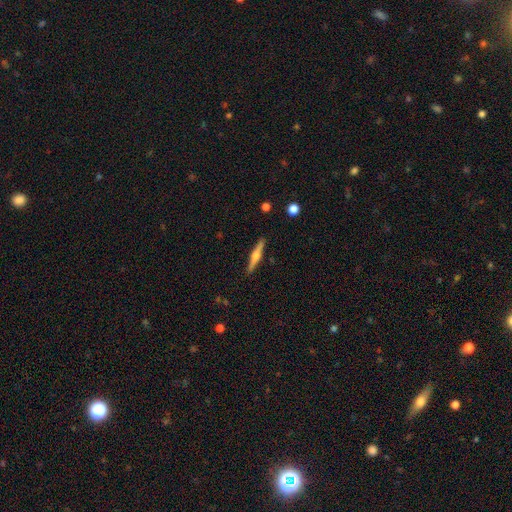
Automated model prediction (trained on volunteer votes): A featured or disk galaxy (67%) viewed edge-on (98%) with a rounded central bulge (92%).

Vote fractions:
- Smooth or featured? featured or disk: 67% / smooth: 27% / star or artifact: 5%
- Edge-on disk? yes: 98% / no: 2%
- Edge-on bulge? rounded: 92% / boxy: 5% / none: 3%
- Merging? none: 90% / minor disturbance: 7% / major disturbance: 1% / merger: 1%